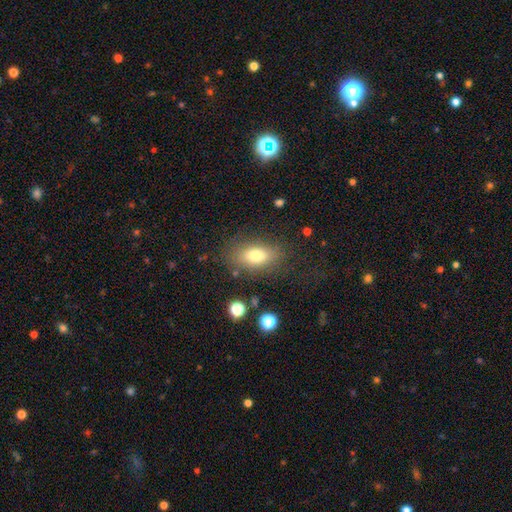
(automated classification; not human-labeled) smooth-or-featured: smooth: 75% | featured or disk: 14% | star or artifact: 10%
  how-rounded: in between: 84% | round: 10% | cigar-shaped: 5%
  merging: none: 78% | minor disturbance: 13% | major disturbance: 6% | merger: 2%